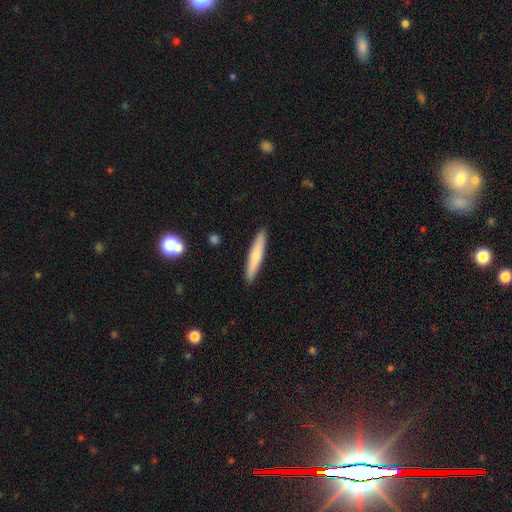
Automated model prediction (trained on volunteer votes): Overall: smooth (69%). How rounded: cigar-shaped (91%). Merging: none (91%).